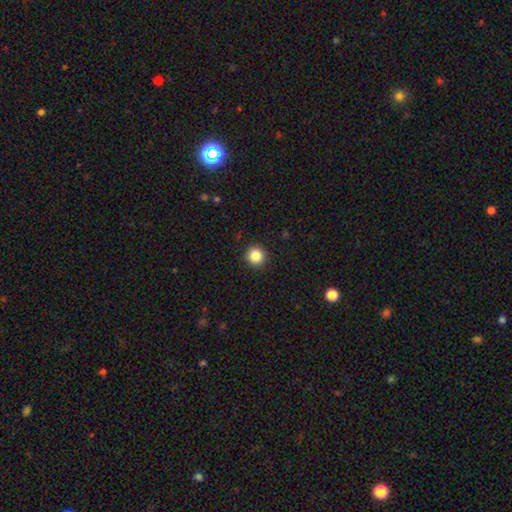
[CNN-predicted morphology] Smooth or featured? Predicted: smooth (p=0.85). How rounded? Predicted: round (p=0.95). Merging? Predicted: none (p=0.93).